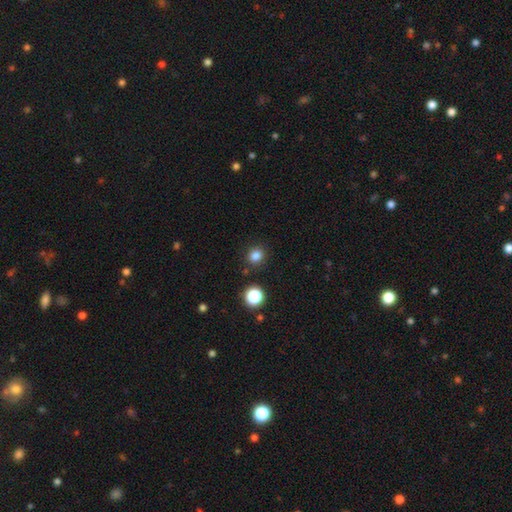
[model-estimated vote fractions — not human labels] smooth 82%, star or artifact 14%, featured or disk 4%. Down the decision tree: how rounded — round (80%); merging — none (88%).